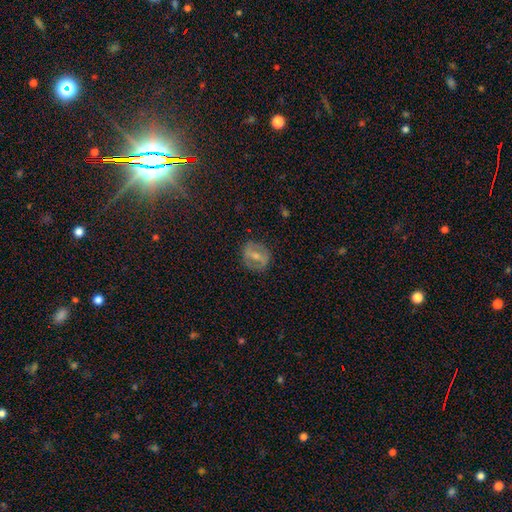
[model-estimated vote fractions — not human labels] Smooth or featured: featured or disk — 58% (smooth — 33%)
Edge-on disk: no — 91% (yes — 9%)
Bar: strong — 54% (weak — 31%)
Spiral arms: no — 68% (yes — 32%)
Bulge size: moderate — 53% (small — 40%)
Merging: none — 82% (minor disturbance — 12%)